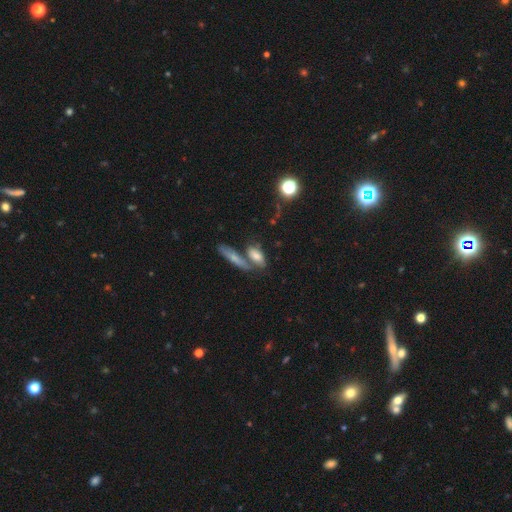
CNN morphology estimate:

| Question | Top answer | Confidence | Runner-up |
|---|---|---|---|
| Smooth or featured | smooth | 67% | featured or disk (24%) |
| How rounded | in between | 68% | cigar-shaped (27%) |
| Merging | none | 46% | merger (34%) |